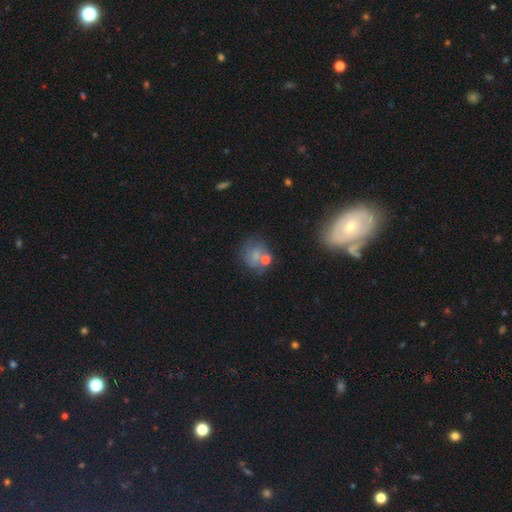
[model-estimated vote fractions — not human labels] Morphology: type=smooth (58%); roundness=round (74%); merging=none (50%).